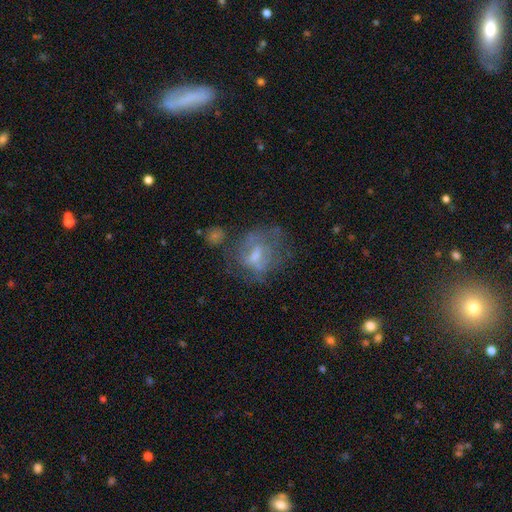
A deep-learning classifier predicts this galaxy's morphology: Smooth or featured? featured or disk (54%)
Edge-on disk? no (95%)
Bar? weak (44%)
Spiral arms? no (66%)
Bulge size? small (39%)
Merging? none (48%)